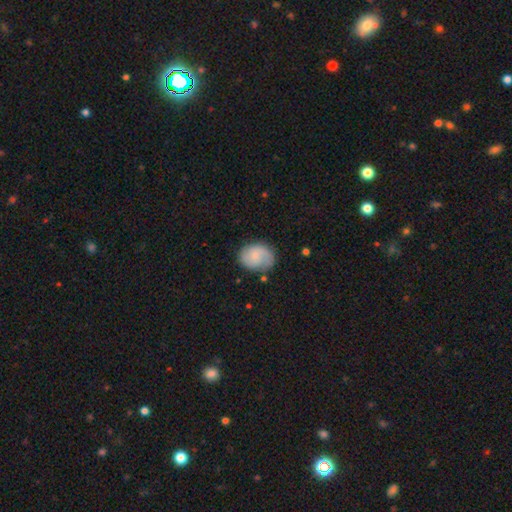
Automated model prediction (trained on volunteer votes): Smooth or featured? Predicted: smooth (p=0.57). How rounded? Predicted: in between (p=0.51). Merging? Predicted: none (p=0.70).